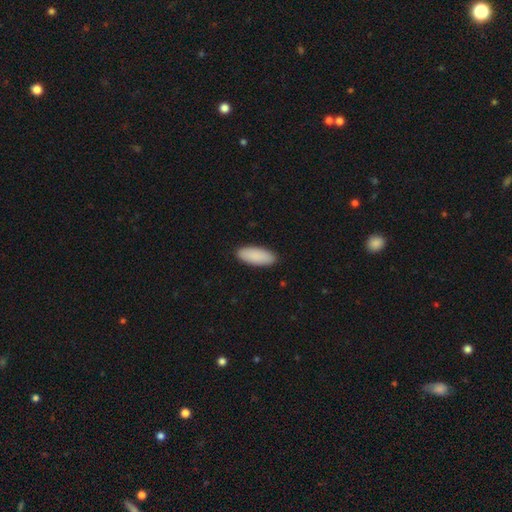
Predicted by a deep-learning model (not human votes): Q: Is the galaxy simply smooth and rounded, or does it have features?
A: smooth — 91%.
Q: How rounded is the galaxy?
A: in between — 81%.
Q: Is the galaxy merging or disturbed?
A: none — 90%.